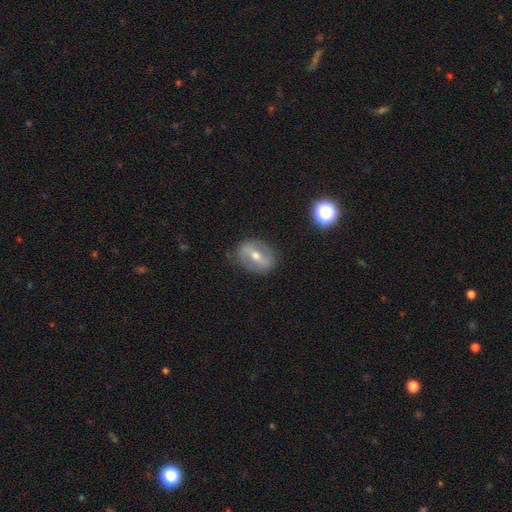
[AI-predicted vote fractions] Q: Smooth or featured?
A: featured or disk (62%); runner-up: smooth (29%)
Q: Edge-on disk?
A: no (90%); runner-up: yes (10%)
Q: Bar?
A: strong (55%); runner-up: weak (31%)
Q: Spiral arms?
A: no (56%); runner-up: yes (44%)
Q: Bulge size?
A: moderate (58%); runner-up: small (38%)
Q: Merging?
A: none (82%); runner-up: minor disturbance (13%)